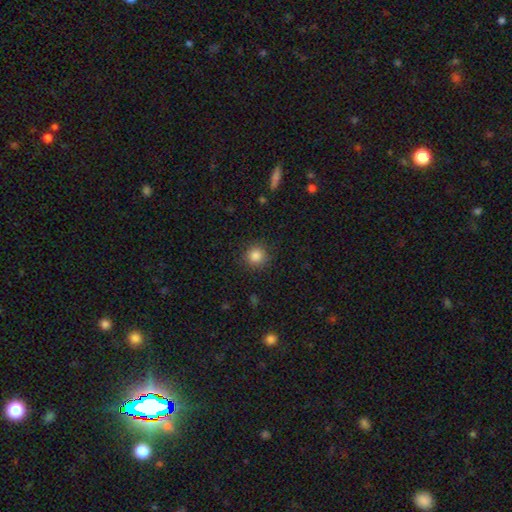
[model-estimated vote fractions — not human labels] Q: Smooth or featured?
A: smooth (85%); runner-up: star or artifact (11%)
Q: How rounded?
A: round (93%); runner-up: in between (6%)
Q: Merging?
A: none (89%); runner-up: minor disturbance (7%)